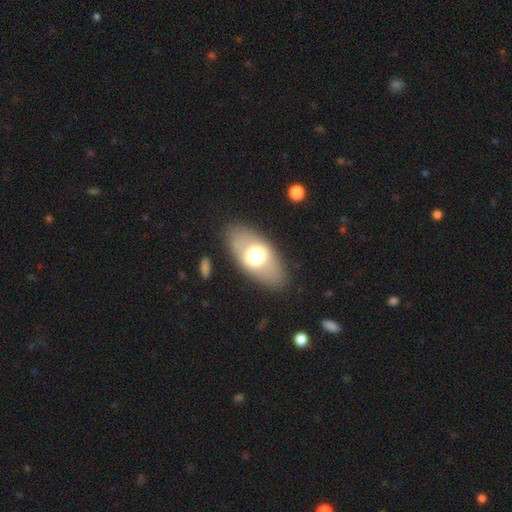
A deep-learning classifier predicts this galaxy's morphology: Smooth or featured?
  - smooth: 61% *
  - featured or disk: 31%
  - star or artifact: 8%
How rounded?
  - in between: 89% *
  - round: 6%
  - cigar-shaped: 4%
Merging?
  - none: 85% *
  - minor disturbance: 9%
  - major disturbance: 4%
  - merger: 2%